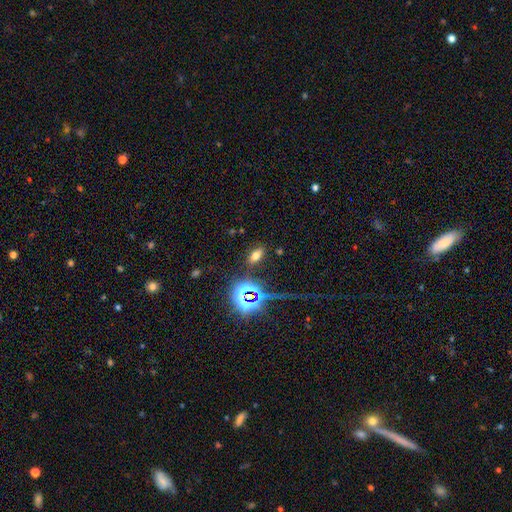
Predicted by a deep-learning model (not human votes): Smooth or featured? smooth (56%)
How rounded? in between (85%)
Merging? none (85%)